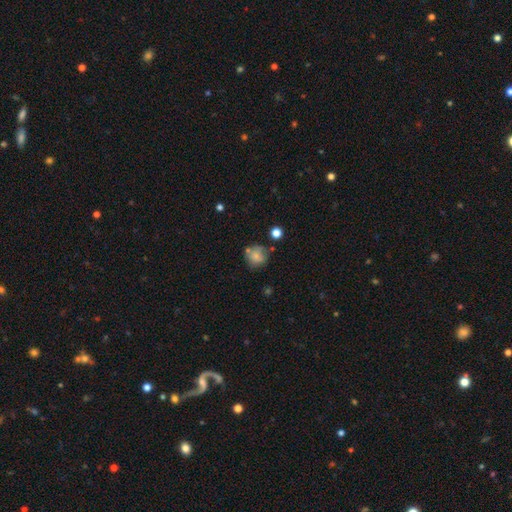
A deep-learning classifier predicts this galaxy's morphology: The model was most divided on "merging": none: 60%, minor disturbance: 21%, merger: 11%, major disturbance: 8%. More confident: how rounded — round (85%); smooth or featured — smooth (74%).